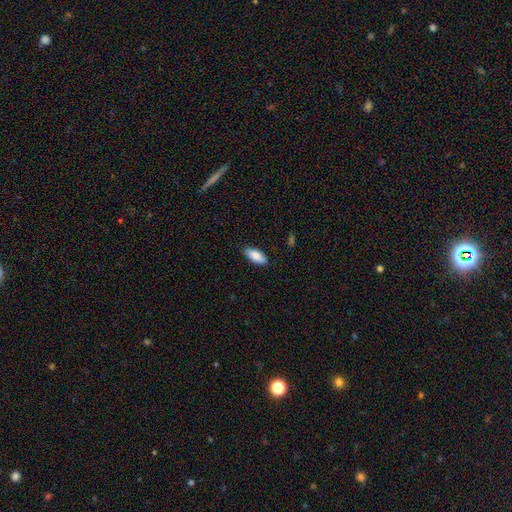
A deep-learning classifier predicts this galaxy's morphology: smooth_or_featured: smooth (p=0.86) [alt: featured or disk p=0.08]
how_rounded: in between (p=0.82) [alt: cigar-shaped p=0.16]
merging: none (p=0.86) [alt: minor disturbance p=0.11]